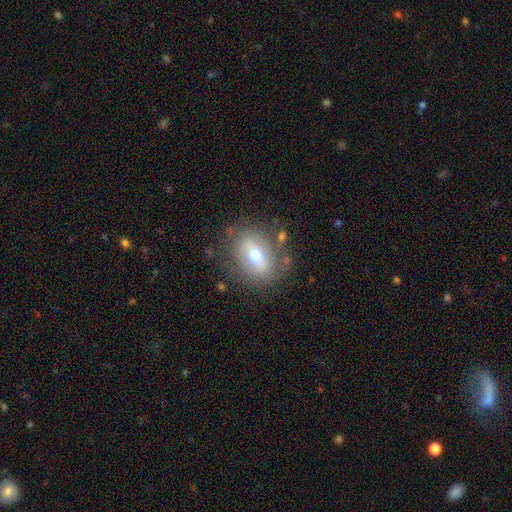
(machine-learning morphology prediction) Smooth or featured? Predicted: smooth (p=0.47). Merging? Predicted: none (p=0.75).